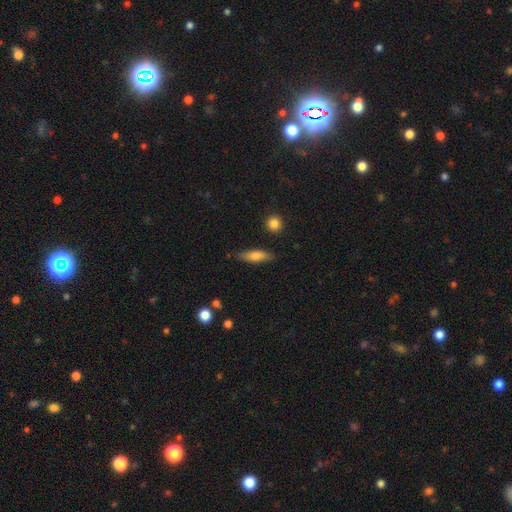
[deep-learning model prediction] A smooth galaxy with no disk features (69%) that is cigar-shaped (60%). Merging: none (82%).